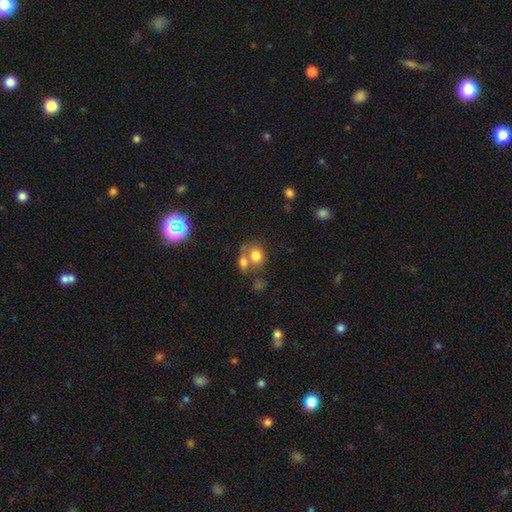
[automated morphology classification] type=smooth (76%); roundness=round (62%); merging=merger (49%).